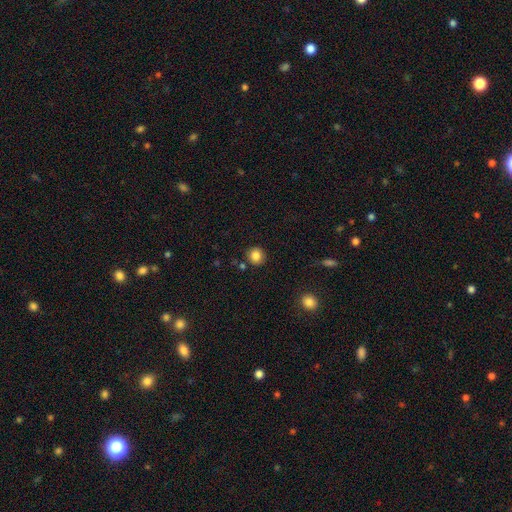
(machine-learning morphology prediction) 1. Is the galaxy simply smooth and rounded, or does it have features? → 85% smooth, 11% star or artifact, 5% featured or disk.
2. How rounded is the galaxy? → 87% round, 12% in between, 1% cigar-shaped.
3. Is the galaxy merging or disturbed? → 86% none, 8% minor disturbance, 4% merger, 2% major disturbance.